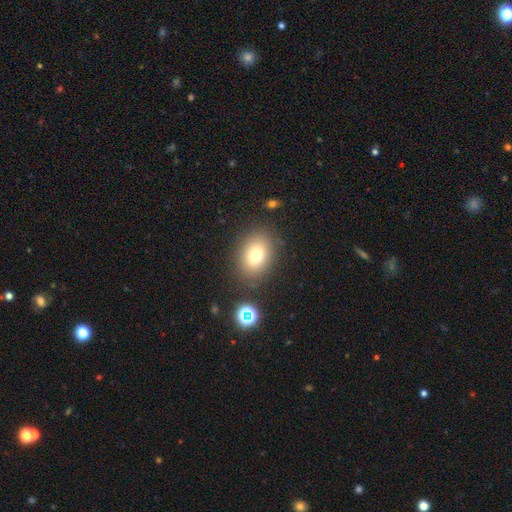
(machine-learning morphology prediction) Smooth or featured?
  - smooth: 75% *
  - star or artifact: 13%
  - featured or disk: 12%
How rounded?
  - in between: 66% *
  - round: 33%
  - cigar-shaped: 1%
Merging?
  - none: 83% *
  - minor disturbance: 10%
  - major disturbance: 4%
  - merger: 3%